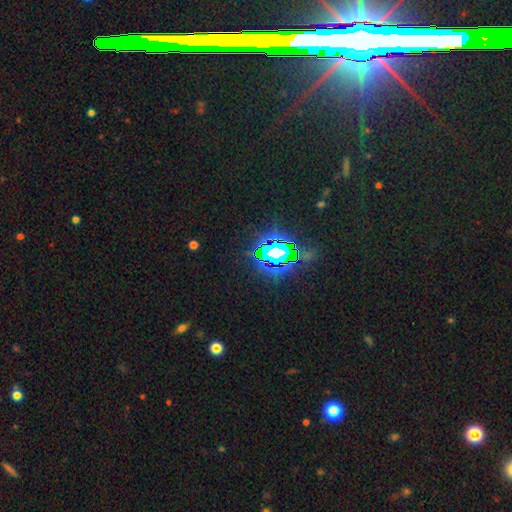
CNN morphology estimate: star or artifact 78%, smooth 11%, featured or disk 11%.